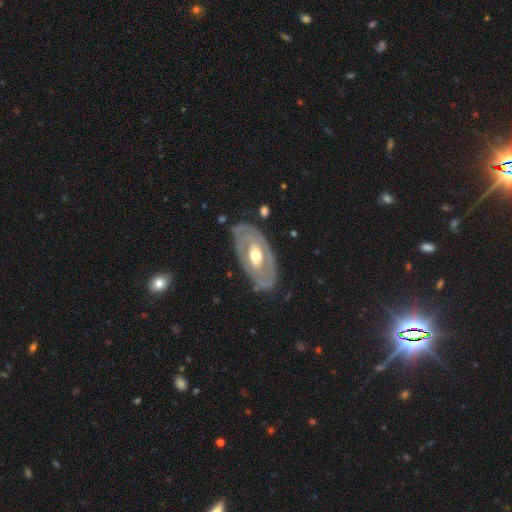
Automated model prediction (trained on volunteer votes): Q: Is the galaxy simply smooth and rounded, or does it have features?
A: featured or disk — 71%.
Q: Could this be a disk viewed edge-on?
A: no — 90%.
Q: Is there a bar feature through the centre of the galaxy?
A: no — 65%.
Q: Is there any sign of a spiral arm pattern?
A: no — 59%.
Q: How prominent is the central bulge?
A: moderate — 72%.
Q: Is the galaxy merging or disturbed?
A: none — 77%.